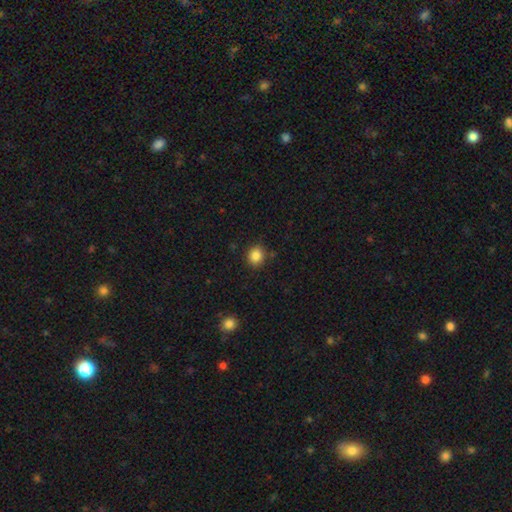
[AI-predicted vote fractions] This appears to be a smooth galaxy with no disk features (85%) that is round (77%). Merging: none (86%).